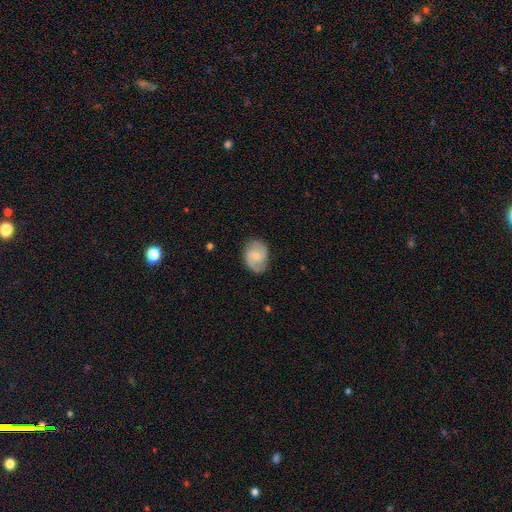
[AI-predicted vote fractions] The model was most divided on "bar": no: 54%, weak: 39%, strong: 6%. Remaining: edge-on disk — no (97%); spiral arms — yes (91%); spiral arm count — 2 (83%); merging — none (76%); smooth or featured — featured or disk (58%); bulge size — small (56%); spiral winding — medium (49%).